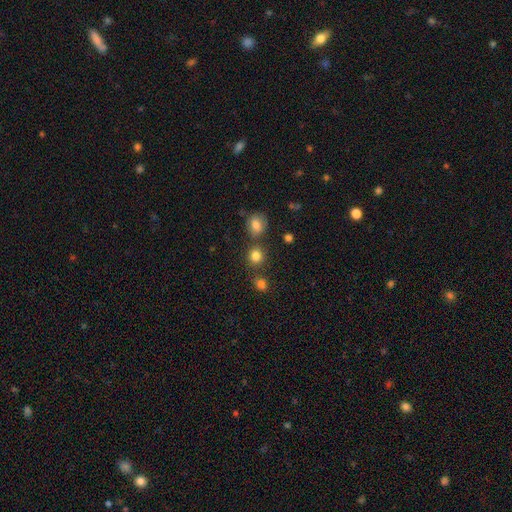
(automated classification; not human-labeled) smooth_or_featured: smooth (p=0.82) [alt: star or artifact p=0.13]
how_rounded: round (p=0.86) [alt: in between p=0.13]
merging: none (p=0.73) [alt: merger p=0.14]